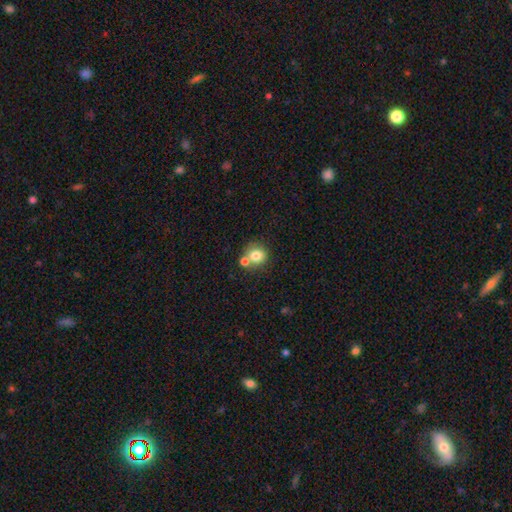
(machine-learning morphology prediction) smooth 78%, featured or disk 12%, star or artifact 10%. Down the decision tree: how rounded — round (87%); merging — none (57%).